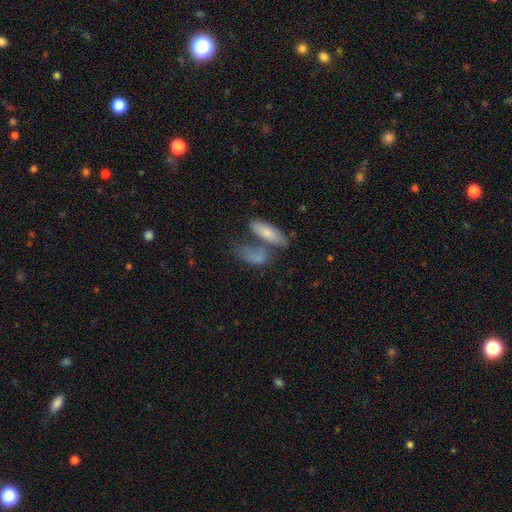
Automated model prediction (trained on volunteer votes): This appears to be a smooth galaxy with no disk features (73%) that is in between round and cigar-shaped (69%). Merging: merger (45%).